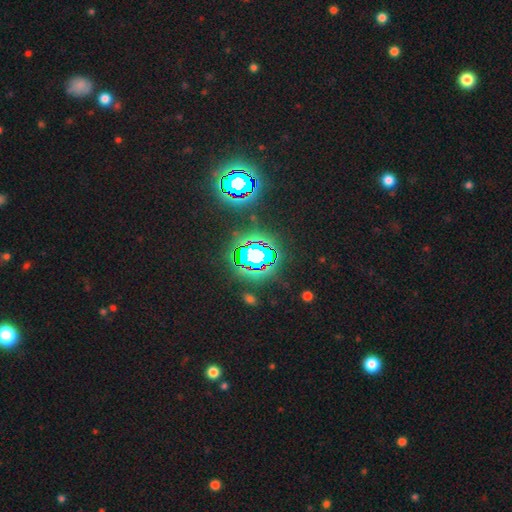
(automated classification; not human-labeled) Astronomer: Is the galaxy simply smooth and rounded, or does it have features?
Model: star or artifact — 71%.